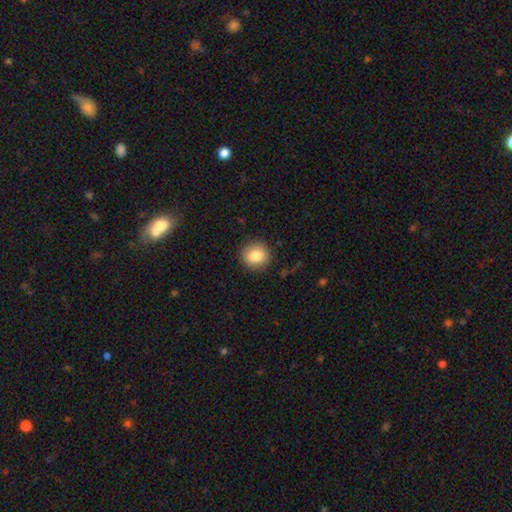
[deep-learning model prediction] smooth_or_featured: smooth (p=0.84) [alt: star or artifact p=0.09]
how_rounded: round (p=0.88) [alt: in between p=0.11]
merging: none (p=0.89) [alt: minor disturbance p=0.07]